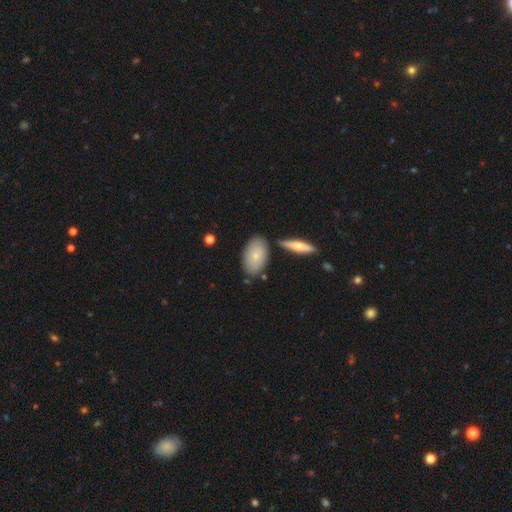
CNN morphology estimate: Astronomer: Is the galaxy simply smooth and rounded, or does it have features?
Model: smooth — 73%.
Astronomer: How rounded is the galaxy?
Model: in between — 92%.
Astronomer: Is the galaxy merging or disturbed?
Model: none — 77%.